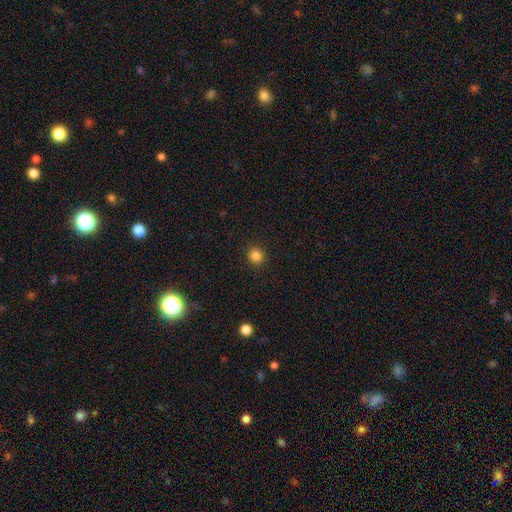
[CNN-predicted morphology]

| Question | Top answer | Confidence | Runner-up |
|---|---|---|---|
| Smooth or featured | smooth | 84% | star or artifact (12%) |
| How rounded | round | 91% | in between (8%) |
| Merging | none | 92% | minor disturbance (5%) |